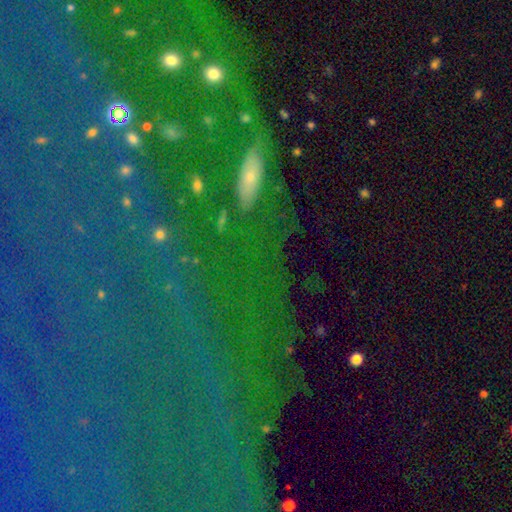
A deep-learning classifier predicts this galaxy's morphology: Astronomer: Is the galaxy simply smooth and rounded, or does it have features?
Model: star or artifact — 48% (runner-up: smooth, 27%).